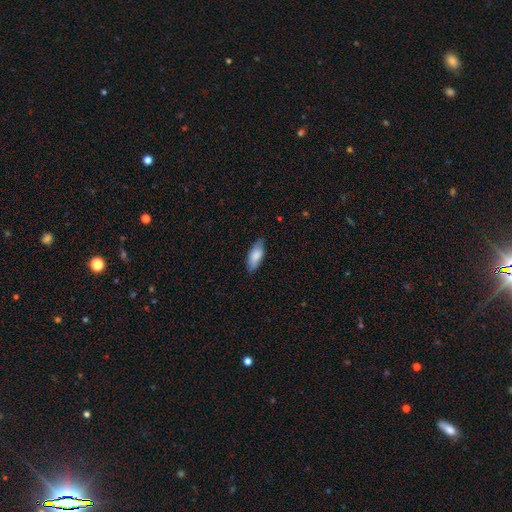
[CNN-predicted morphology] A smooth galaxy with no disk features (81%) that is in between round and cigar-shaped (80%). Merging: none (80%).